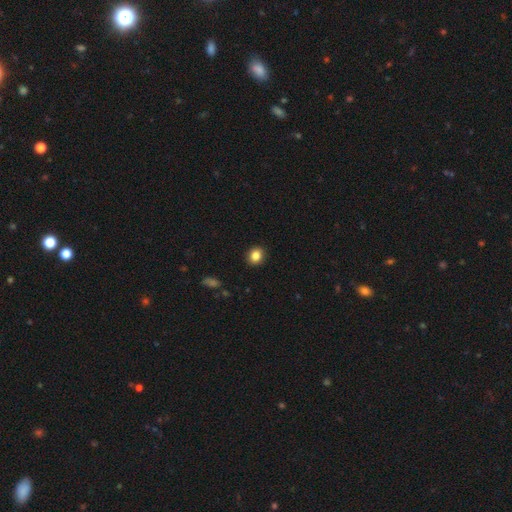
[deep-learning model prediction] Smooth or featured?
  - smooth: 85% *
  - star or artifact: 10%
  - featured or disk: 5%
How rounded?
  - round: 73% *
  - in between: 26%
  - cigar-shaped: 1%
Merging?
  - none: 91% *
  - minor disturbance: 6%
  - major disturbance: 2%
  - merger: 1%